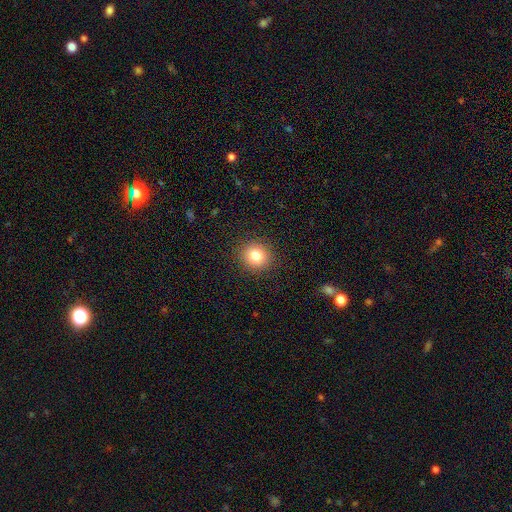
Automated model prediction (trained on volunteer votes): Smooth or featured?
  - smooth: 82% *
  - star or artifact: 11%
  - featured or disk: 7%
How rounded?
  - round: 87% *
  - in between: 12%
  - cigar-shaped: 1%
Merging?
  - none: 90% *
  - minor disturbance: 6%
  - major disturbance: 2%
  - merger: 1%